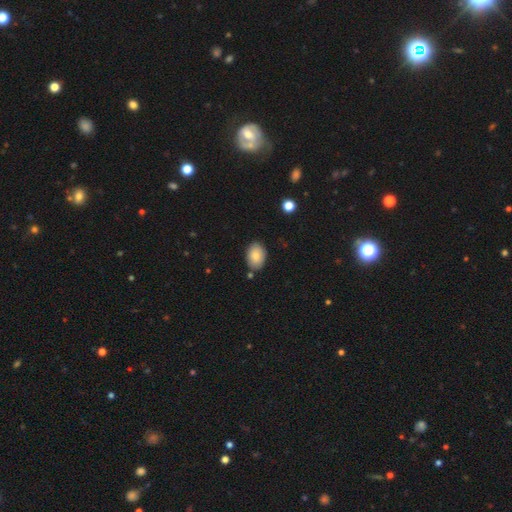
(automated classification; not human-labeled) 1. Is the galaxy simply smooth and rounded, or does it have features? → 85% smooth, 8% featured or disk, 7% star or artifact.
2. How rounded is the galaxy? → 88% in between, 11% round, 1% cigar-shaped.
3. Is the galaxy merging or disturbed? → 82% none, 12% minor disturbance, 3% merger, 2% major disturbance.